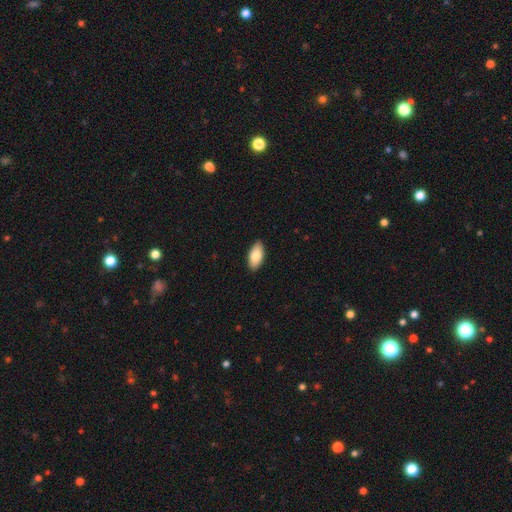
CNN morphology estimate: This appears to be a smooth galaxy with no disk features (83%) that is in between round and cigar-shaped (92%). Merging: none (90%).